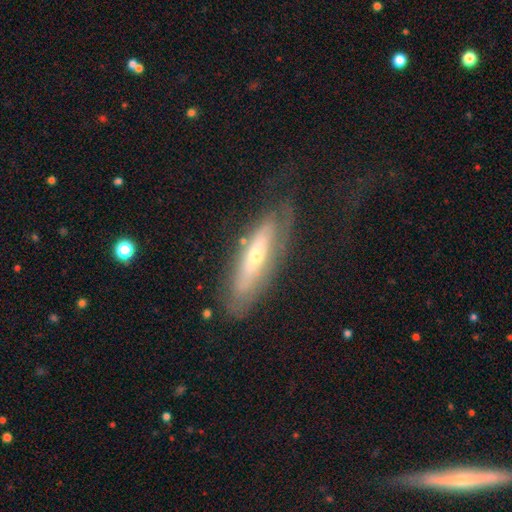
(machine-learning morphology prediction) The model was most divided on "edge-on disk": no: 58%, yes: 42%. More confident: smooth or featured — featured or disk (64%); merging — none (62%).